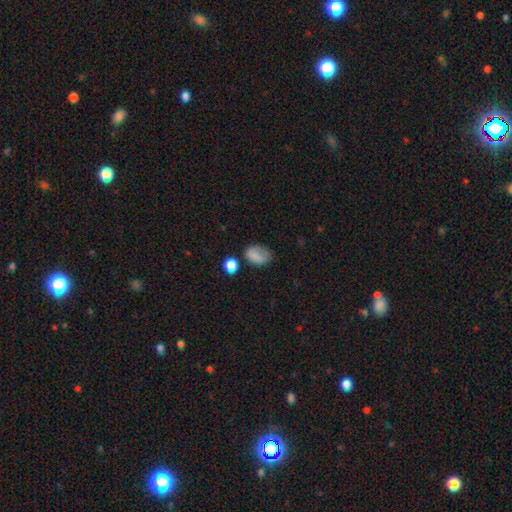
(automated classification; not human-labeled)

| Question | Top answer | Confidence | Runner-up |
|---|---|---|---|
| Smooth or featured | smooth | 79% | star or artifact (12%) |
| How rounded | in between | 73% | round (26%) |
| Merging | none | 53% | minor disturbance (28%) |